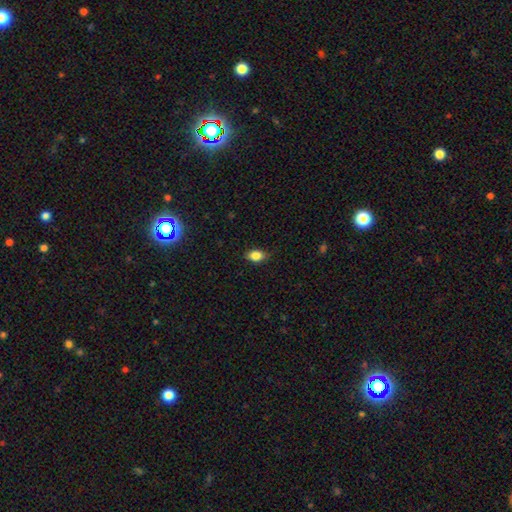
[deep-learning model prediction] Smooth or featured? smooth (83%)
How rounded? in between (83%)
Merging? none (82%)